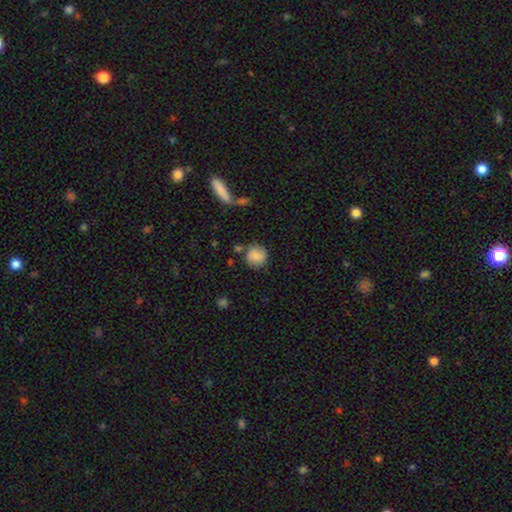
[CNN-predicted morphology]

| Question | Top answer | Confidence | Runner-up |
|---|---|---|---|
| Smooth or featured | smooth | 81% | featured or disk (11%) |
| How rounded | round | 88% | in between (10%) |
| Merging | none | 74% | minor disturbance (15%) |